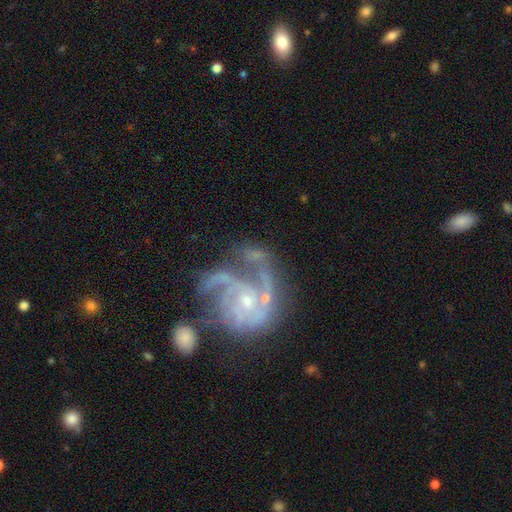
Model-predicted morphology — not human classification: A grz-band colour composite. It shows a featured or disk galaxy (85%) with no bar (67%), 3 (37%) medium (45%) spiral arms (94%) and a small central bulge (72%). Merging: none (43%).